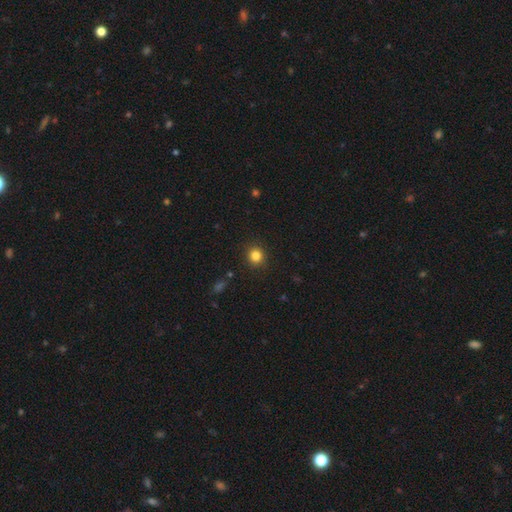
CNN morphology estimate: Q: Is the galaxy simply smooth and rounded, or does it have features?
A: smooth — 83%.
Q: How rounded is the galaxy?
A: round — 88%.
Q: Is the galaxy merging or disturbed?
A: none — 90%.